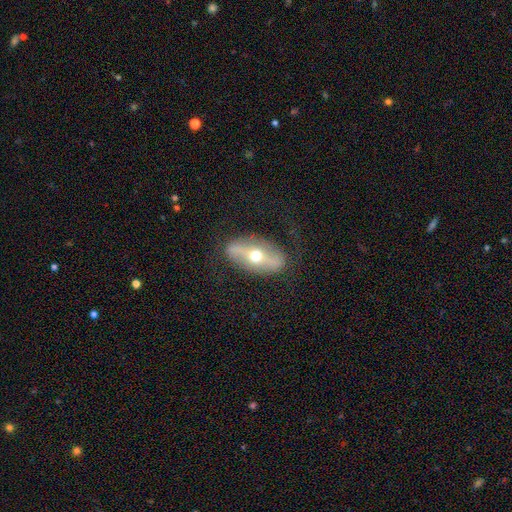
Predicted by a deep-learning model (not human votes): Q: Smooth or featured?
A: featured or disk (67%); runner-up: smooth (27%)
Q: Edge-on disk?
A: no (69%); runner-up: yes (31%)
Q: Merging?
A: none (81%); runner-up: minor disturbance (12%)